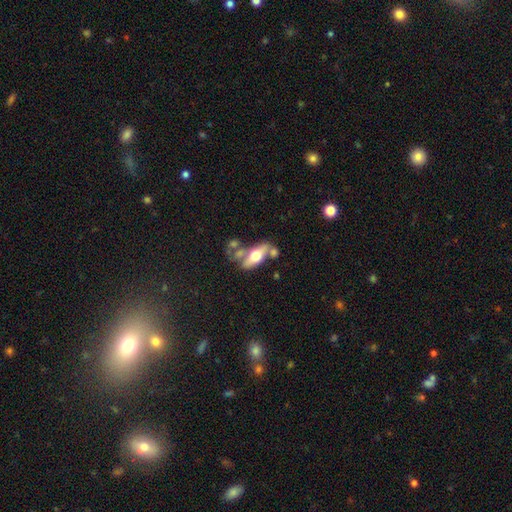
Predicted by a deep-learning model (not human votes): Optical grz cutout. It shows a featured or disk galaxy (53%) viewed edge-on (60%). Merging: none (42%).